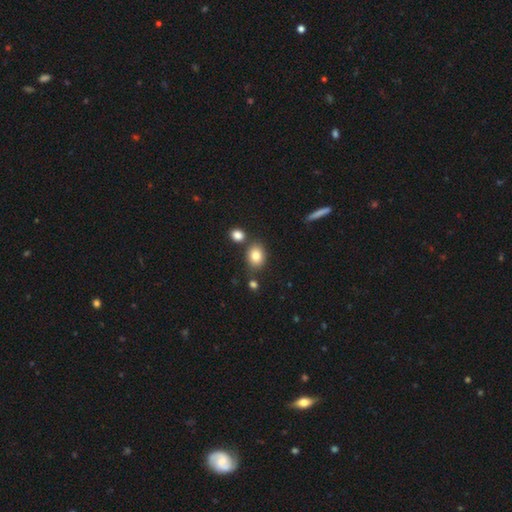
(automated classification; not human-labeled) A smooth galaxy with no disk features (82%) that is in between round and cigar-shaped (56%).

Vote fractions:
- Smooth or featured? smooth: 82% / star or artifact: 10% / featured or disk: 8%
- How rounded? in between: 56% / round: 43% / cigar-shaped: 1%
- Merging? none: 73% / merger: 12% / minor disturbance: 12% / major disturbance: 3%